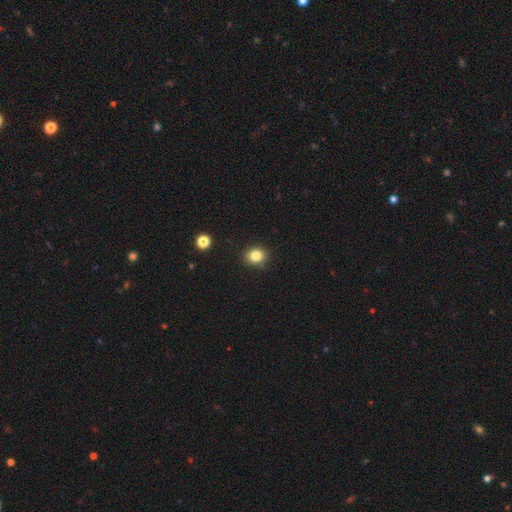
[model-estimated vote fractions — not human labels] Smooth or featured?
  - smooth: 83% *
  - star or artifact: 11%
  - featured or disk: 6%
How rounded?
  - round: 70% *
  - in between: 29%
  - cigar-shaped: 1%
Merging?
  - none: 89% *
  - minor disturbance: 8%
  - major disturbance: 2%
  - merger: 1%